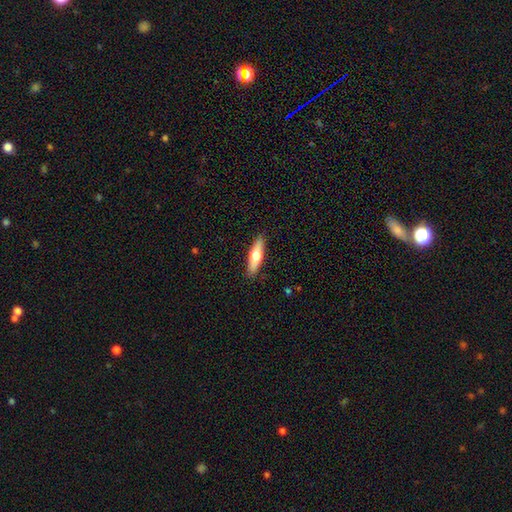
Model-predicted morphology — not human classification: Smooth or featured? Predicted: smooth (p=0.54). How rounded? Predicted: cigar-shaped (p=0.65). Merging? Predicted: none (p=0.89).